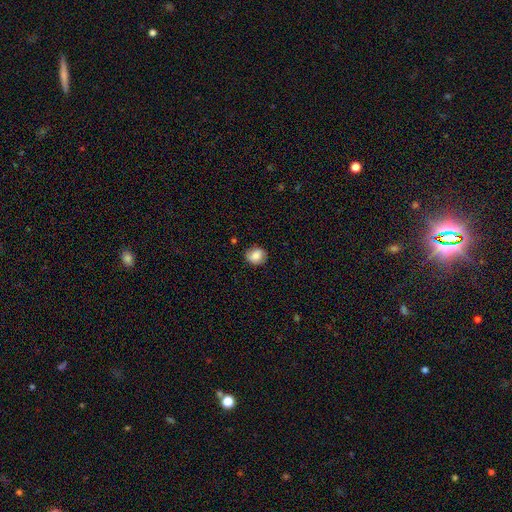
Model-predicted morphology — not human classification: Overall: smooth (80%). How rounded: round (65%; in between 34%). Merging: none (79%).